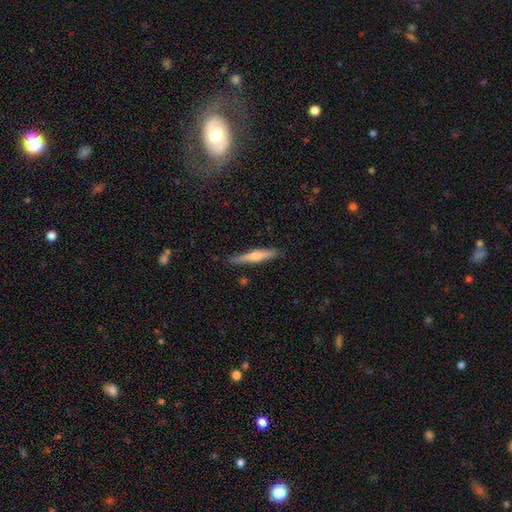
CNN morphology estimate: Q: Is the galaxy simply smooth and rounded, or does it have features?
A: featured or disk — 52%.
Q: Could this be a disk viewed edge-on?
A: yes — 96%.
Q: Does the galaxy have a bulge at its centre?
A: rounded — 86%.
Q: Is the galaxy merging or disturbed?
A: none — 85%.